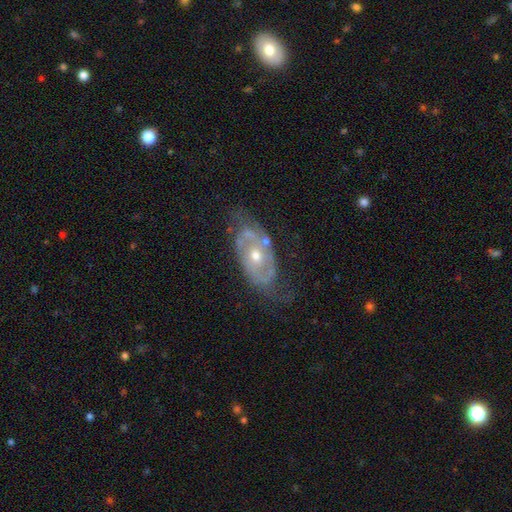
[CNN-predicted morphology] type=featured or disk (80%); edge-on=no (93%); bar=no (75%); spiral arms=yes (72%); winding=tight (48%); arm count=2 (61%); bulge=moderate (62%); merging=none (59%).